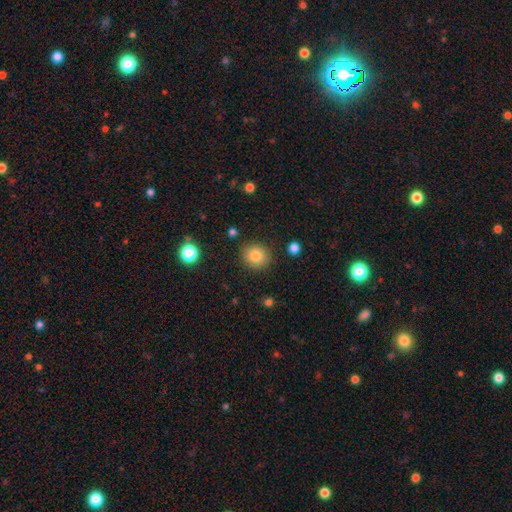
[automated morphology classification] A smooth galaxy with no disk features (82%) that is round (82%). Merging: none (89%).